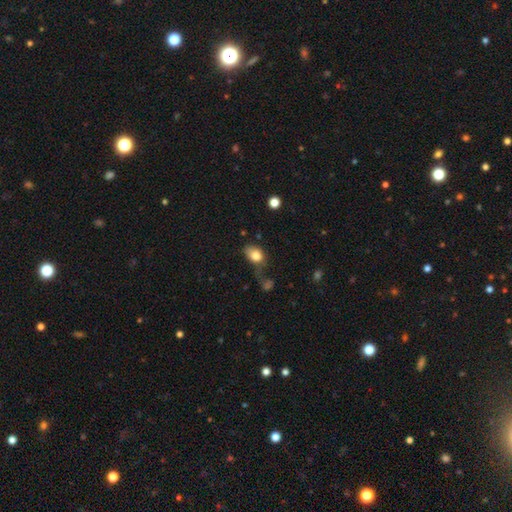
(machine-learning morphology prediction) A smooth galaxy with no disk features (80%) that is in between round and cigar-shaped (69%).

Vote fractions:
- Smooth or featured? smooth: 80% / featured or disk: 11% / star or artifact: 9%
- How rounded? in between: 69% / round: 29% / cigar-shaped: 1%
- Merging? none: 34% / major disturbance: 28% / minor disturbance: 27% / merger: 11%